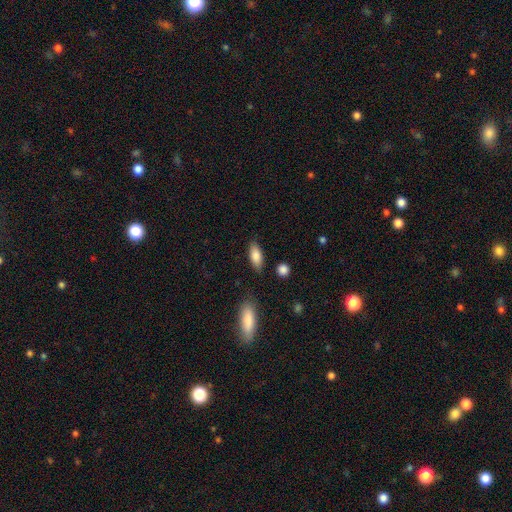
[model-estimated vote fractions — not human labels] smooth-or-featured: smooth: 83% | featured or disk: 10% | star or artifact: 7%
  how-rounded: in between: 79% | cigar-shaped: 18% | round: 3%
  merging: none: 81% | minor disturbance: 13% | major disturbance: 3% | merger: 3%